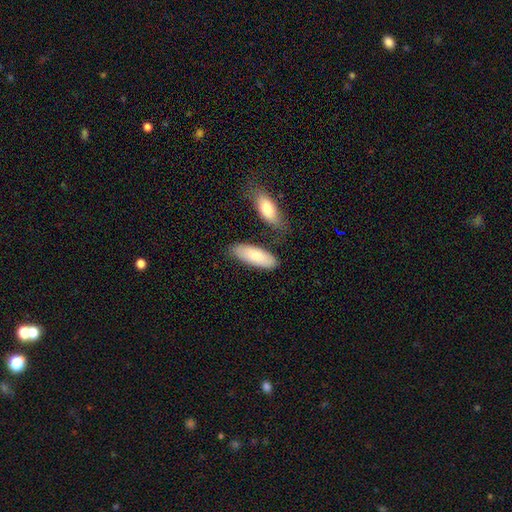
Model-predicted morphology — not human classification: A smooth galaxy with no disk features (83%) that is in between round and cigar-shaped (73%). Merging: none (72%).